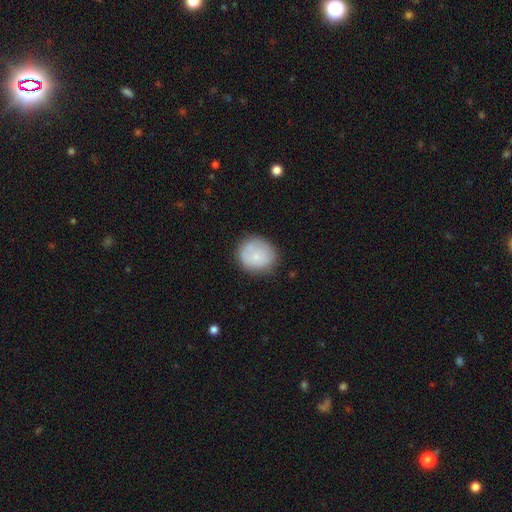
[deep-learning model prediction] Q: Smooth or featured?
A: smooth (75%); runner-up: featured or disk (18%)
Q: How rounded?
A: round (84%); runner-up: in between (15%)
Q: Merging?
A: none (75%); runner-up: minor disturbance (18%)